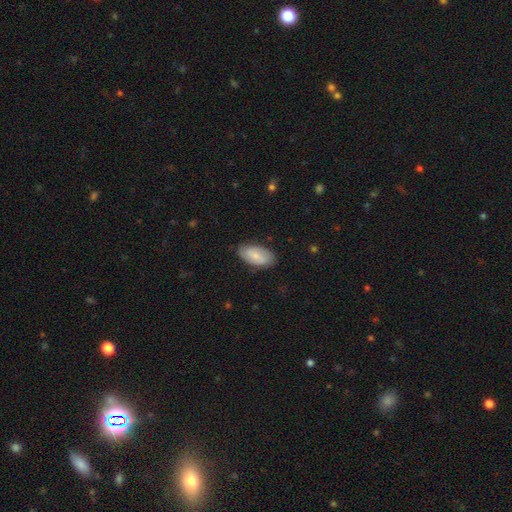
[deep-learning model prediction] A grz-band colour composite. It shows a smooth galaxy with no disk features (69%) that is in between round and cigar-shaped (94%). Merging: none (82%).